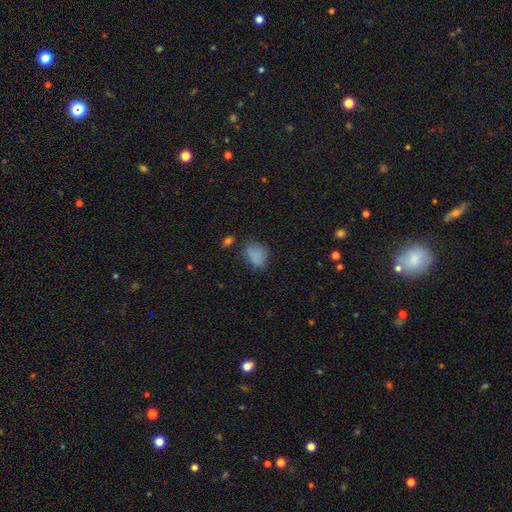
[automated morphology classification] Overall: smooth (83%). How rounded: in between (68%; round 30%). Merging: none (67%).